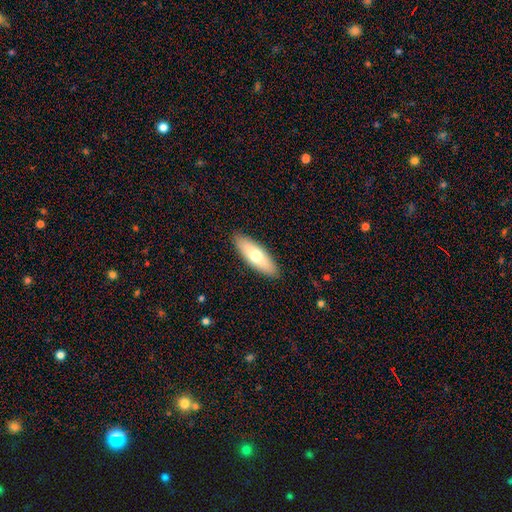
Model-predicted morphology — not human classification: The model was most divided on "how rounded": in between: 58%, cigar-shaped: 40%, round: 2%. More confident: merging — none (90%); smooth or featured — smooth (66%).